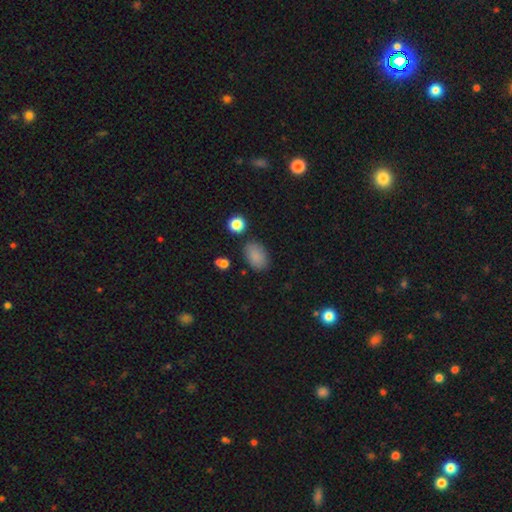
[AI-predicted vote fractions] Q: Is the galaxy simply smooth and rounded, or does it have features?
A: smooth — 85%.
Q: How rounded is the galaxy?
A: in between — 86%.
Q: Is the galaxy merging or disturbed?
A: none — 79%.